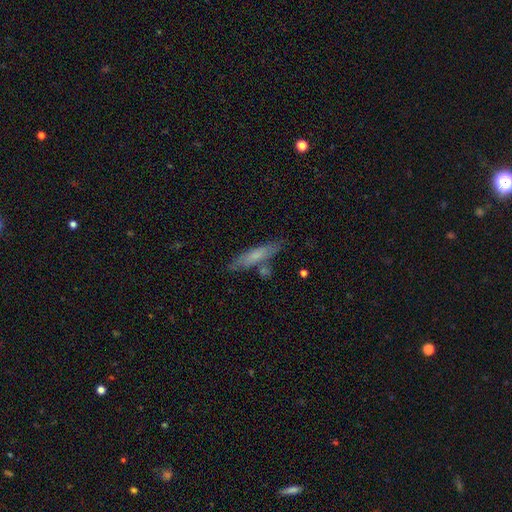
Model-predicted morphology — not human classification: smooth 65%, featured or disk 28%, star or artifact 7%. Down the decision tree: how rounded — cigar-shaped (80%); merging — none (75%).